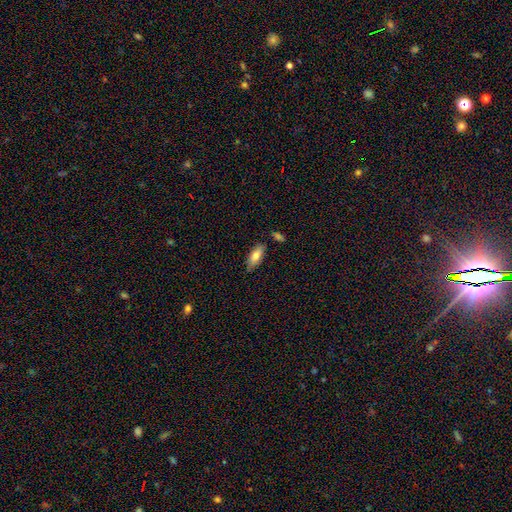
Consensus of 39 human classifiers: smooth-or-featured: smooth: 87% | featured or disk: 13% | star or artifact: 0%
  how-rounded: in between: 62% | cigar-shaped: 32% | round: 6%
  merging: none: 72% | merger: 13% | minor disturbance: 10% | major disturbance: 5%